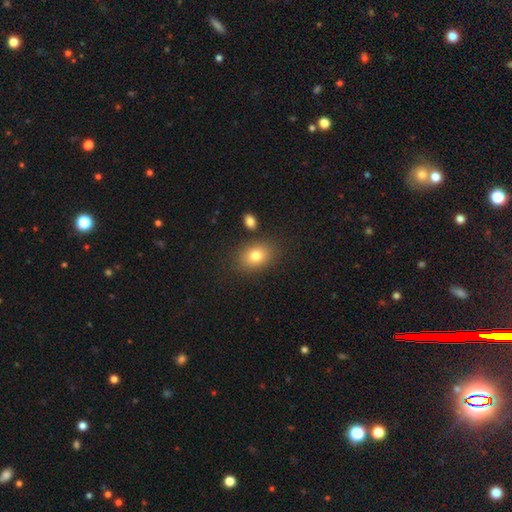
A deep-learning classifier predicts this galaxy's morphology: Q: Smooth or featured?
A: smooth (80%); runner-up: star or artifact (10%)
Q: How rounded?
A: in between (68%); runner-up: round (31%)
Q: Merging?
A: none (82%); runner-up: minor disturbance (10%)